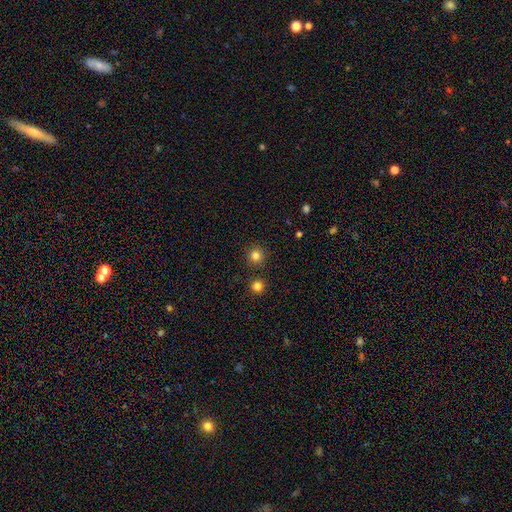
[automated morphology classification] Smooth or featured: smooth — 82% (star or artifact — 13%)
How rounded: round — 95% (in between — 4%)
Merging: none — 88% (minor disturbance — 5%)